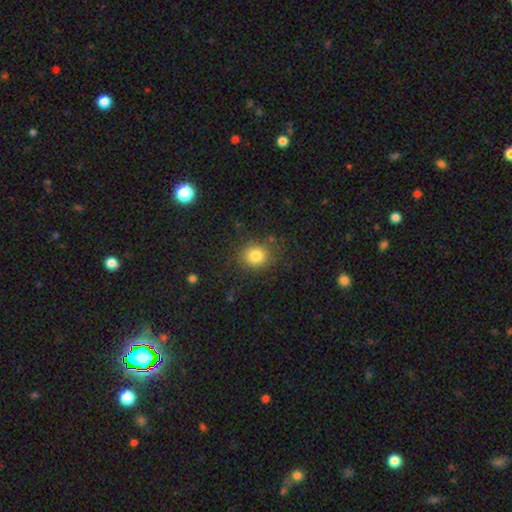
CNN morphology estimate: Overall: smooth (82%). How rounded: round (76%). Merging: none (82%).